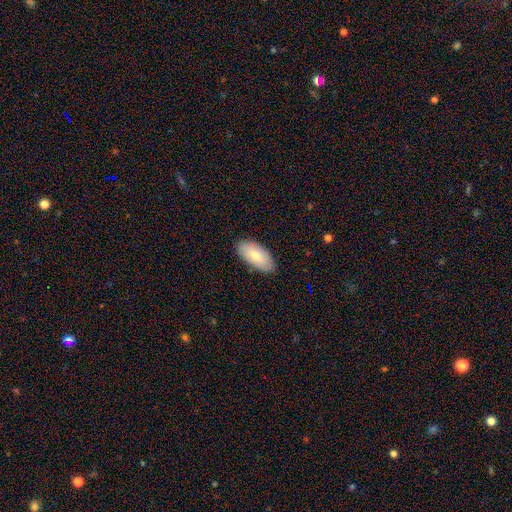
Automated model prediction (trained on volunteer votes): smooth_or_featured: smooth (p=0.72) [alt: featured or disk p=0.22]
how_rounded: in between (p=0.92) [alt: cigar-shaped p=0.06]
merging: none (p=0.87) [alt: minor disturbance p=0.10]